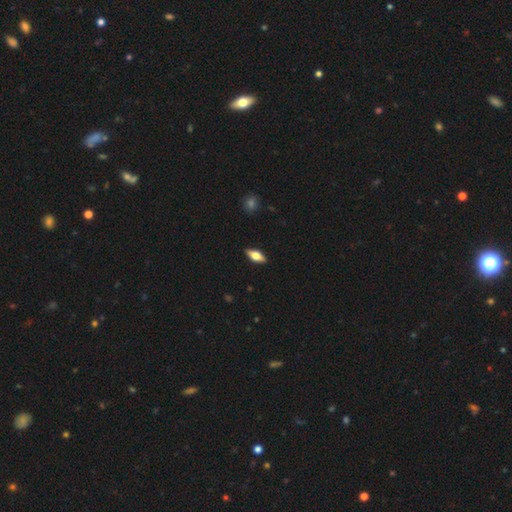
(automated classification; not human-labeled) Smooth or featured: smooth — 49% (featured or disk — 44%)
Merging: none — 89% (minor disturbance — 8%)